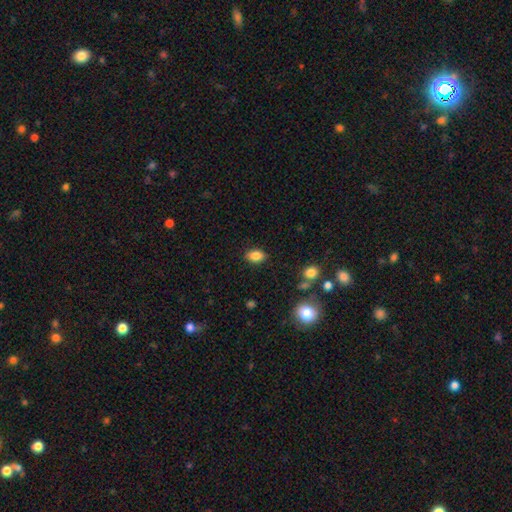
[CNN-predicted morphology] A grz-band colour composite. It shows a smooth galaxy with no disk features (84%) that is in between round and cigar-shaped (83%). Merging: none (85%).